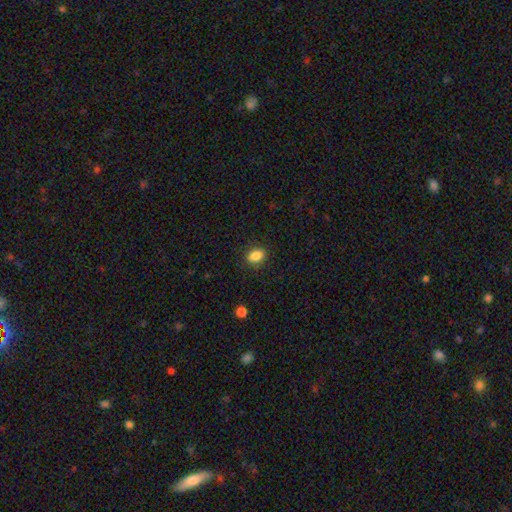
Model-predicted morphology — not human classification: The model was most divided on "how rounded": in between: 81%, round: 17%, cigar-shaped: 2%. More confident: merging — none (87%); smooth or featured — smooth (86%).